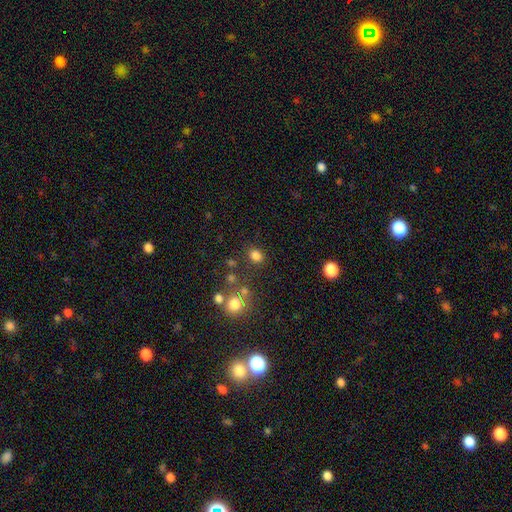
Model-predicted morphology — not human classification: This is likely a smooth galaxy (79%). How rounded: possibly round (59%). Merging: clearly none (81%).